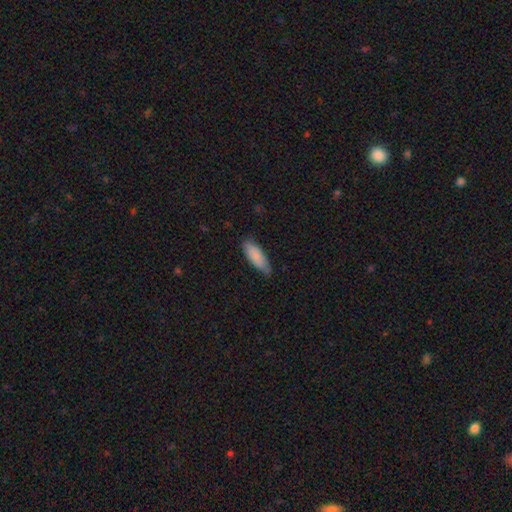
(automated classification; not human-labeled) Smooth or featured? smooth (83%)
How rounded? in between (68%)
Merging? none (73%)